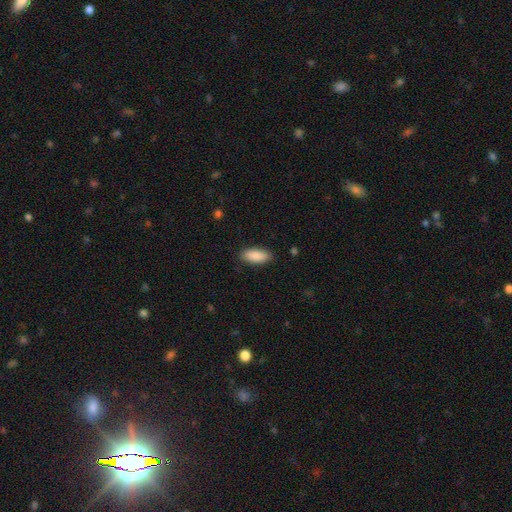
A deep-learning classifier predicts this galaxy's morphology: type=smooth (88%); roundness=in between (84%); merging=none (87%).